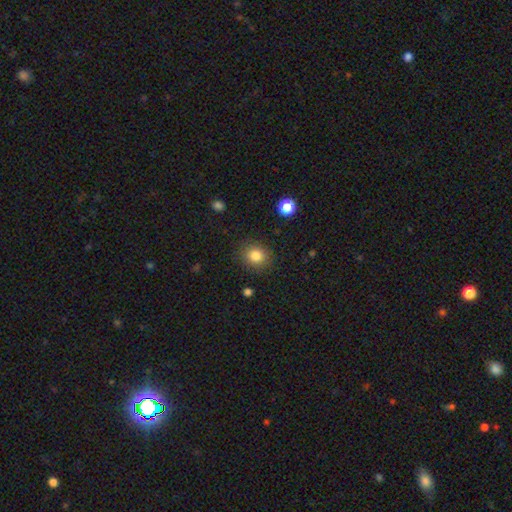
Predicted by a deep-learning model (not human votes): Smooth or featured? Predicted: smooth (p=0.83). How rounded? Predicted: round (p=0.77). Merging? Predicted: none (p=0.88).